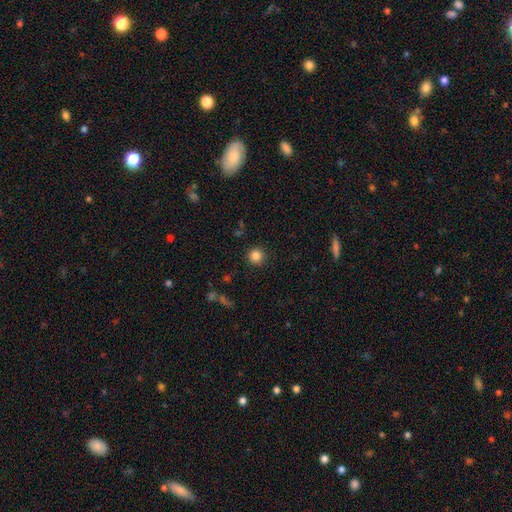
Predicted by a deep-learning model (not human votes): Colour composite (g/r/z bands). It shows a smooth galaxy with no disk features (84%) that is round (95%). Merging: none (92%).